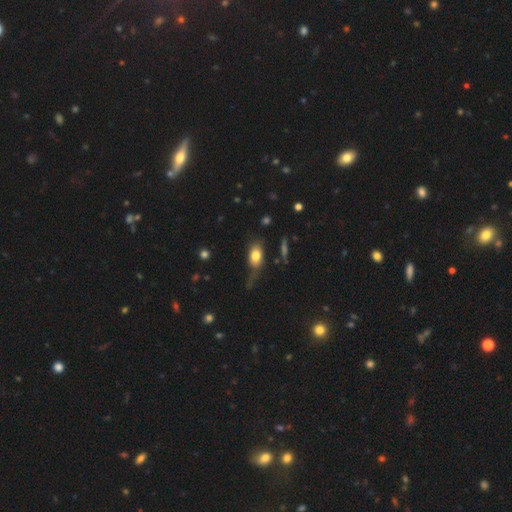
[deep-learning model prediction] Smooth or featured? Predicted: smooth (p=0.78). How rounded? Predicted: in between (p=0.83). Merging? Predicted: none (p=0.50).